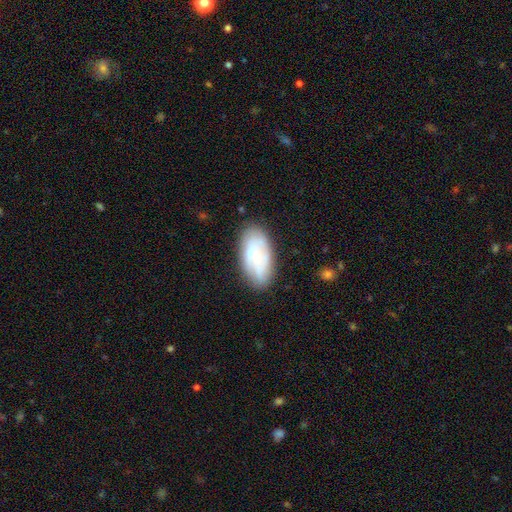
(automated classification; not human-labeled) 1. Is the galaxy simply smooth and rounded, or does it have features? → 48% smooth, 44% featured or disk, 8% star or artifact.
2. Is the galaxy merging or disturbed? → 75% none, 17% minor disturbance, 5% major disturbance, 3% merger.